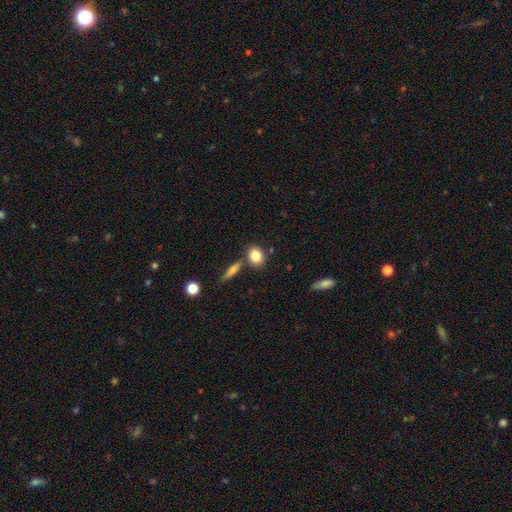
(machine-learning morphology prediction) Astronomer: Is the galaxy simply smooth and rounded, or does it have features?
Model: smooth — 83%.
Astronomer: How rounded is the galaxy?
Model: in between — 52% (runner-up: round, 44%).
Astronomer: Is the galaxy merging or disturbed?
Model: none — 69%.